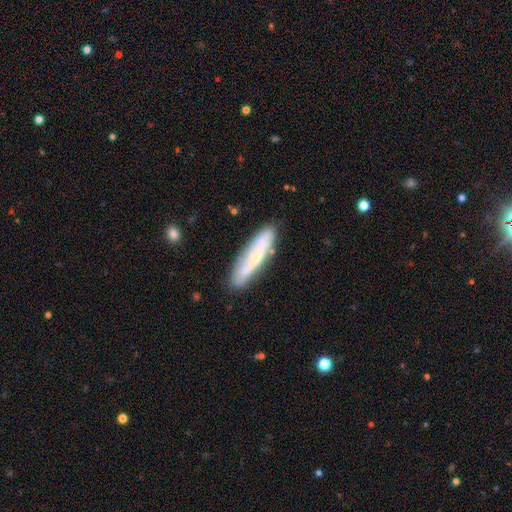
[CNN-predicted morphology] A featured or disk galaxy (50%).

Vote fractions:
- Smooth or featured? featured or disk: 50% / smooth: 43% / star or artifact: 7%
- Edge-on disk? no: 54% / yes: 46%
- Merging? none: 80% / minor disturbance: 14% / major disturbance: 3% / merger: 3%